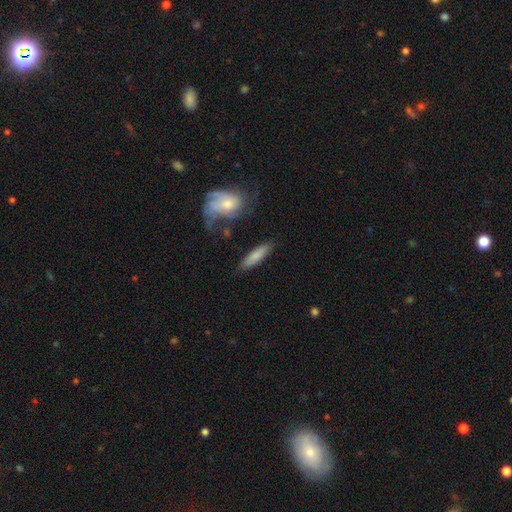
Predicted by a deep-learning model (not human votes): Smooth or featured?
  - smooth: 78% *
  - featured or disk: 16%
  - star or artifact: 6%
How rounded?
  - cigar-shaped: 70% *
  - in between: 28%
  - round: 2%
Merging?
  - none: 81% *
  - minor disturbance: 11%
  - merger: 4%
  - major disturbance: 3%